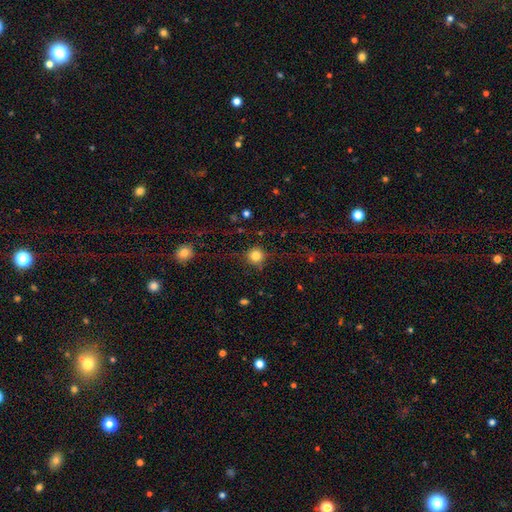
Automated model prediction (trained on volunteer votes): smooth 80%, star or artifact 13%, featured or disk 7%. Down the decision tree: how rounded — round (93%); merging — none (82%).